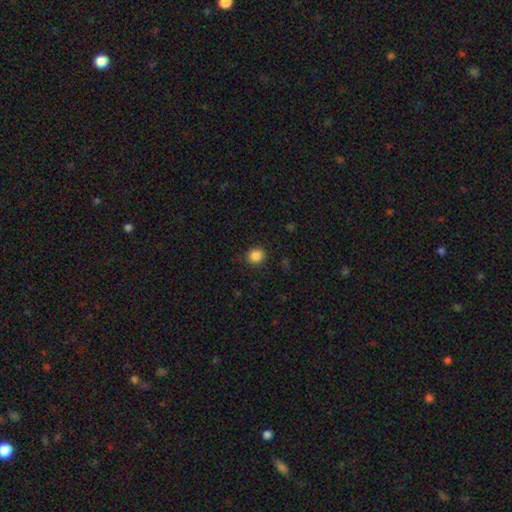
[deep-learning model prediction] Smooth or featured?
  - smooth: 86% *
  - star or artifact: 11%
  - featured or disk: 3%
How rounded?
  - round: 85% *
  - in between: 14%
  - cigar-shaped: 1%
Merging?
  - none: 88% *
  - minor disturbance: 8%
  - major disturbance: 2%
  - merger: 1%